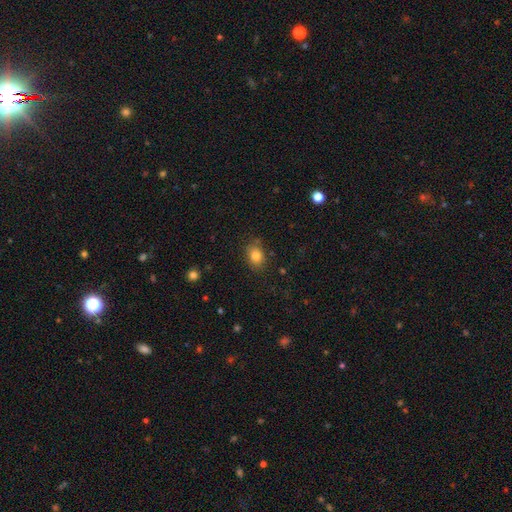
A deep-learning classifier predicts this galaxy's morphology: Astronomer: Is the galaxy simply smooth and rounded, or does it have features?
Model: smooth — 82%.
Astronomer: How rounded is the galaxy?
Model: in between — 62%.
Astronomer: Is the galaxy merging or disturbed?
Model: none — 81%.